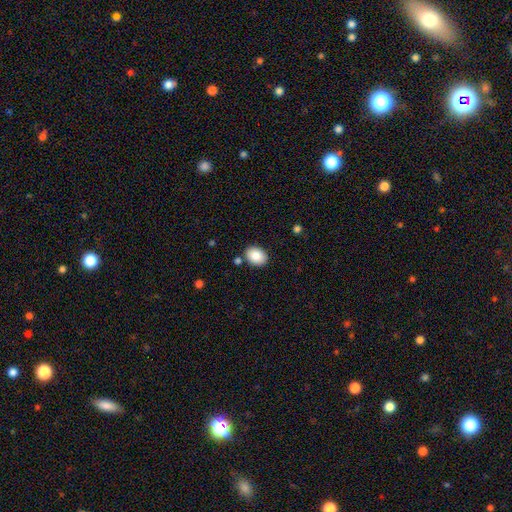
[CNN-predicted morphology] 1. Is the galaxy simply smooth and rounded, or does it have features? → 86% smooth, 7% star or artifact, 6% featured or disk.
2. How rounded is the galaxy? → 72% in between, 27% round, 1% cigar-shaped.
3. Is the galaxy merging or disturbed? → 84% none, 9% minor disturbance, 4% merger, 2% major disturbance.